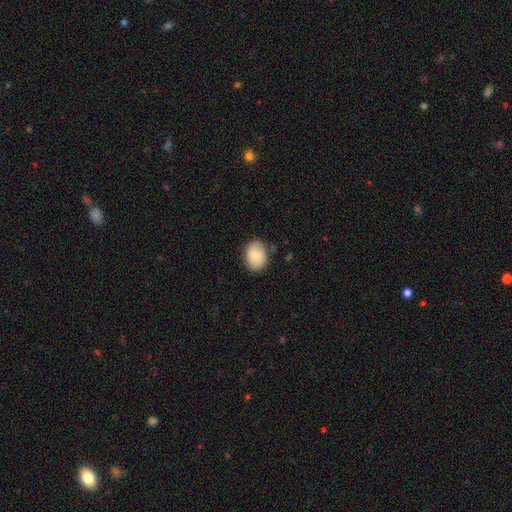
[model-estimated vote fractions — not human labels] A smooth galaxy with no disk features (77%) that is in between round and cigar-shaped (56%). Merging: none (78%).